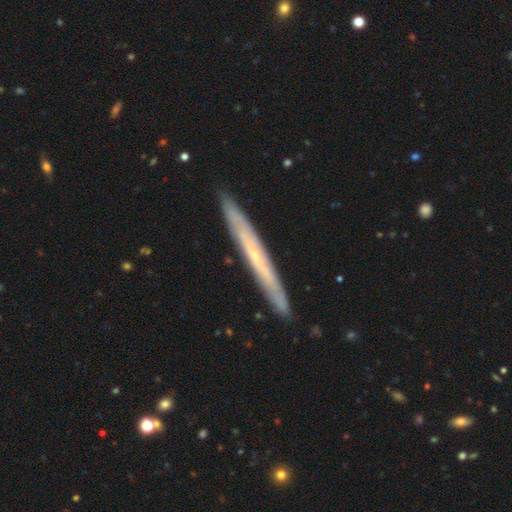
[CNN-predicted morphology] The model was most divided on "smooth or featured": featured or disk: 66%, smooth: 28%, star or artifact: 6%. More confident: merging — none (90%); edge-on disk — yes (89%); edge-on bulge — none (71%).